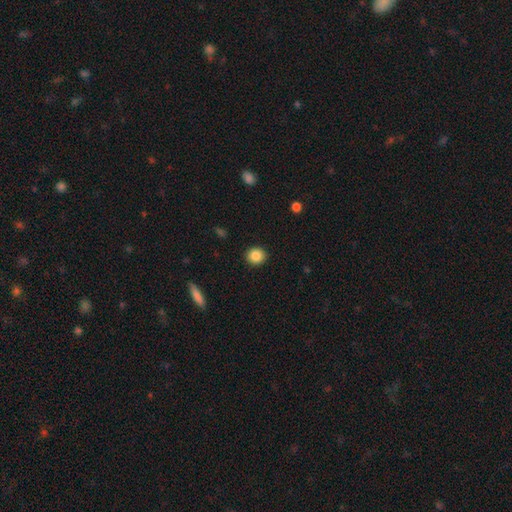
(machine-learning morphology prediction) The model was most divided on "how rounded": round: 84%, in between: 14%, cigar-shaped: 1%. More confident: merging — none (91%); smooth or featured — smooth (86%).